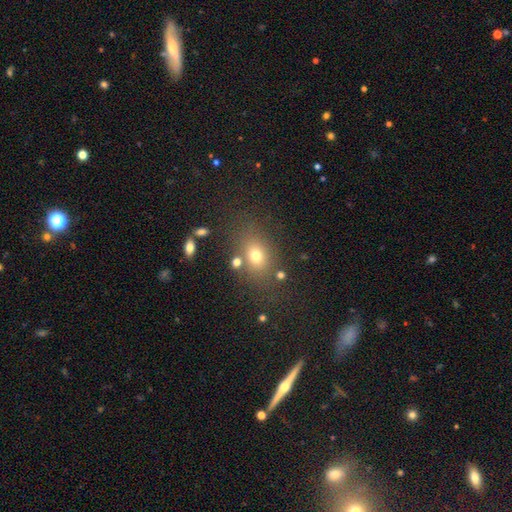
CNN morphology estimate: smooth 72%, star or artifact 16%, featured or disk 13%. Down the decision tree: how rounded — in between (65%); merging — none (74%).